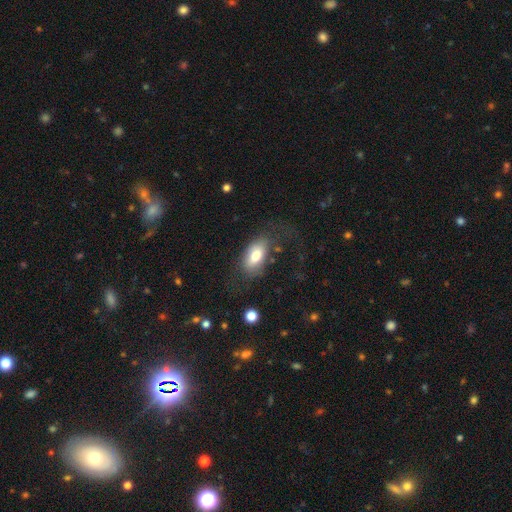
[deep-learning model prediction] smooth-or-featured: smooth: 74% | featured or disk: 19% | star or artifact: 7%
  how-rounded: in between: 91% | round: 5% | cigar-shaped: 4%
  merging: none: 59% | minor disturbance: 20% | major disturbance: 18% | merger: 3%